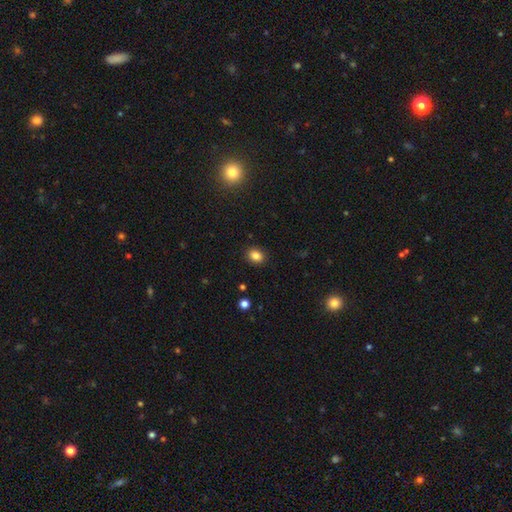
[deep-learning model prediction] This is clearly a smooth galaxy (84%). How rounded: possibly in between (52%). Merging: clearly none (89%).